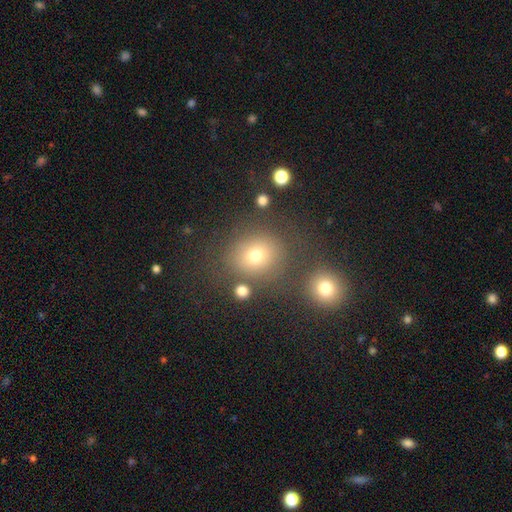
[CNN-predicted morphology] smooth_or_featured: smooth (p=0.71) [alt: star or artifact p=0.19]
how_rounded: round (p=0.79) [alt: in between p=0.20]
merging: none (p=0.74) [alt: merger p=0.11]